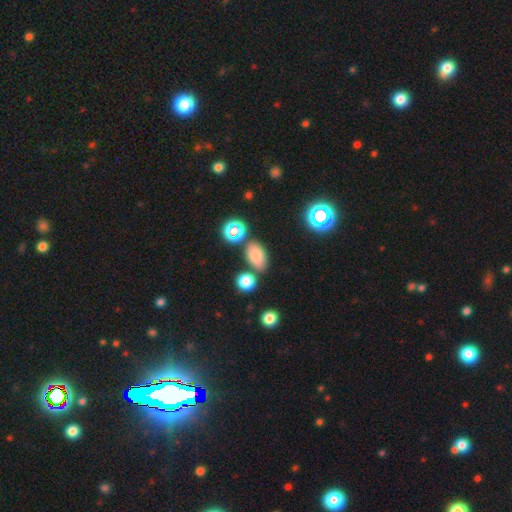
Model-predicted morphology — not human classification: smooth_or_featured: smooth (p=0.76) [alt: star or artifact p=0.16]
how_rounded: in between (p=0.87) [alt: round p=0.11]
merging: none (p=0.73) [alt: minor disturbance p=0.12]